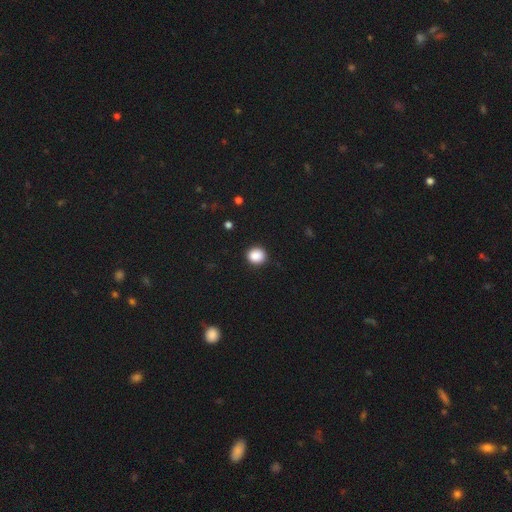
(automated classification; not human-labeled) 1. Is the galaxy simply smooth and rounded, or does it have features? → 88% smooth, 9% star or artifact, 3% featured or disk.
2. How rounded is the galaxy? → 84% round, 15% in between, 1% cigar-shaped.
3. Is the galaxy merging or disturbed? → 90% none, 7% minor disturbance, 2% major disturbance, 1% merger.